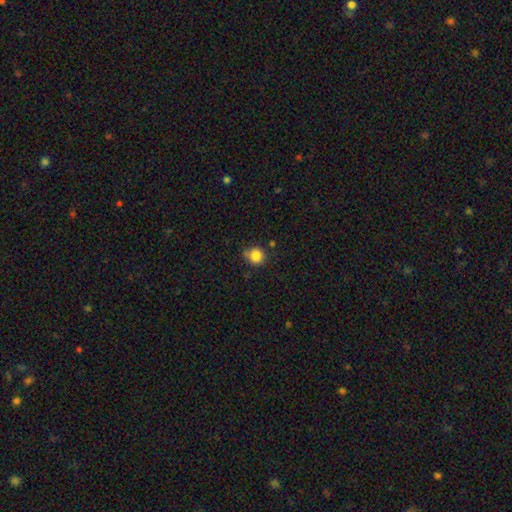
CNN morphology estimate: This appears to be a smooth galaxy with no disk features (84%) that is round (91%). Merging: none (76%).